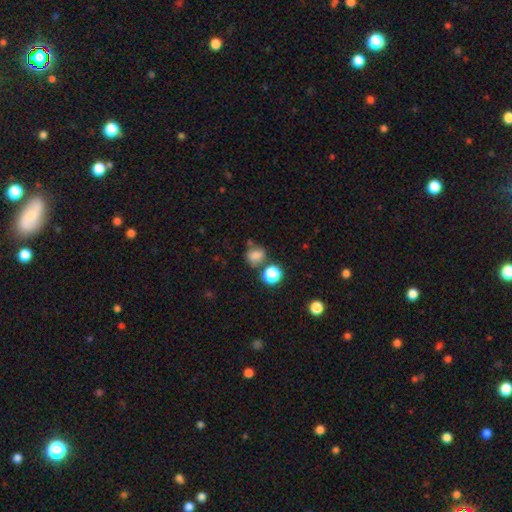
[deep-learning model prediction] This appears to be a smooth galaxy with no disk features (72%) that is round (62%). Merging: none (56%).